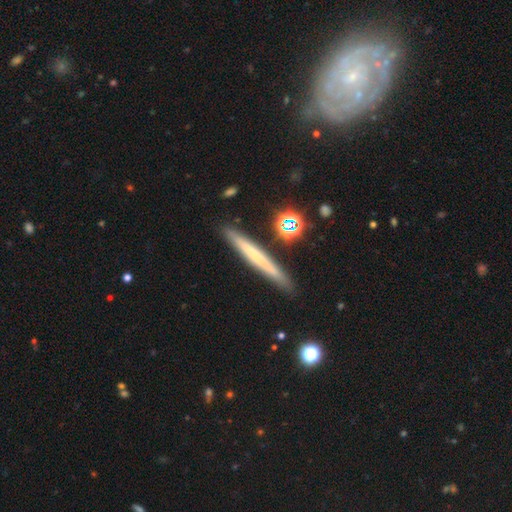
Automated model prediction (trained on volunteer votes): Overall: smooth (52%; featured or disk 39%). How rounded: cigar-shaped (96%). Merging: none (88%).